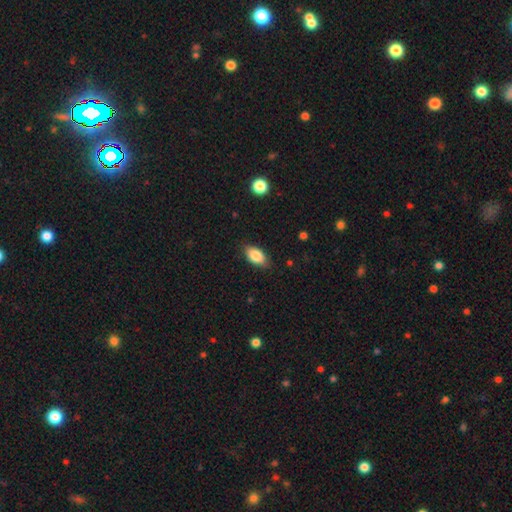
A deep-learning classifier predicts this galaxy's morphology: Smooth or featured?
  - smooth: 85% *
  - featured or disk: 8%
  - star or artifact: 7%
How rounded?
  - in between: 91% *
  - round: 5%
  - cigar-shaped: 4%
Merging?
  - none: 83% *
  - minor disturbance: 13%
  - major disturbance: 3%
  - merger: 1%